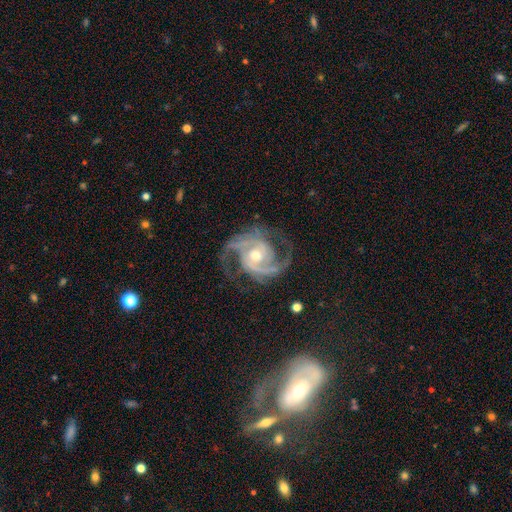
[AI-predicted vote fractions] featured or disk 92%, star or artifact 5%, smooth 3%. Down the decision tree: edge-on disk — no (98%); bar — no (59%); spiral arms — yes (98%); spiral arm count — 2 (68%); spiral winding — medium (54%); bulge size — moderate (70%); merging — none (73%).